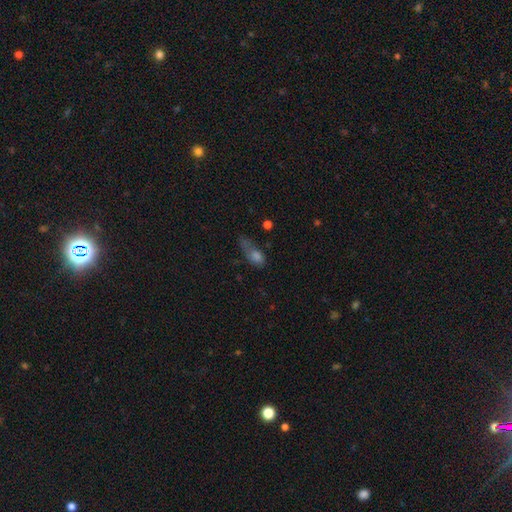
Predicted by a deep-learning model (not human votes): This is likely a smooth galaxy (60%). How rounded: likely in between (66%). Merging: marginally major disturbance (34%).